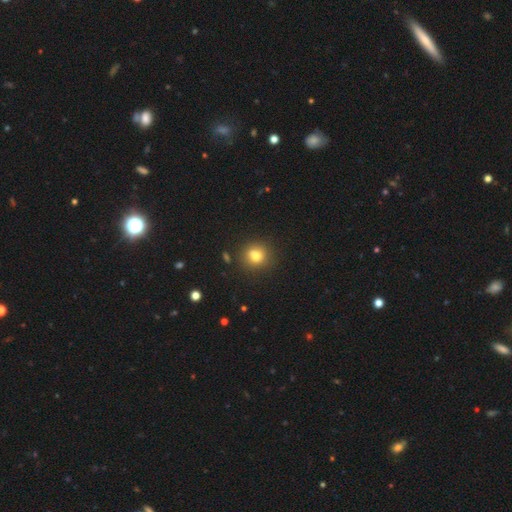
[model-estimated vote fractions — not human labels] This appears to be a smooth galaxy with no disk features (76%) that is round (80%). Merging: none (70%).